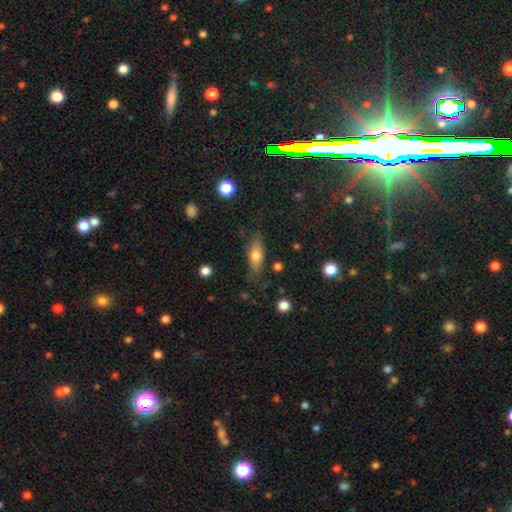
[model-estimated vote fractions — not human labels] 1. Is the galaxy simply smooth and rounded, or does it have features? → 65% smooth, 27% featured or disk, 7% star or artifact.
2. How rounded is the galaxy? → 66% in between, 30% cigar-shaped, 4% round.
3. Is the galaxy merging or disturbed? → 73% none, 20% minor disturbance, 6% major disturbance, 2% merger.